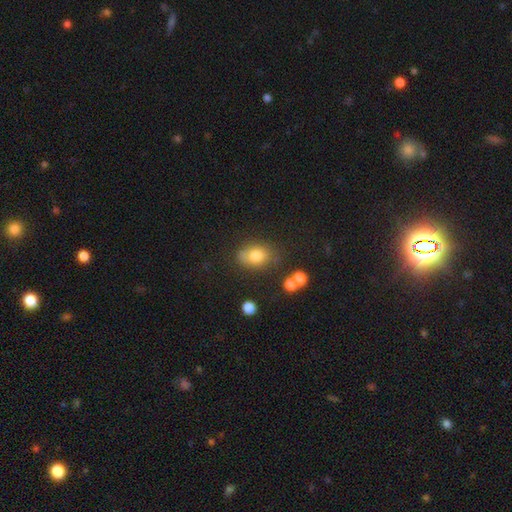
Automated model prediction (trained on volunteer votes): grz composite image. It shows a smooth galaxy with no disk features (78%) that is in between round and cigar-shaped (75%). Merging: none (66%).